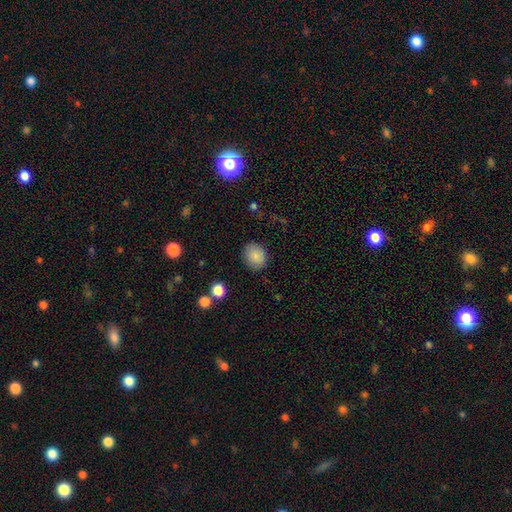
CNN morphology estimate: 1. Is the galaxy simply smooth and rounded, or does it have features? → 85% smooth, 9% star or artifact, 6% featured or disk.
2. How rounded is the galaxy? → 65% round, 34% in between, 1% cigar-shaped.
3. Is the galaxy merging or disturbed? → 84% none, 11% minor disturbance, 3% major disturbance, 1% merger.